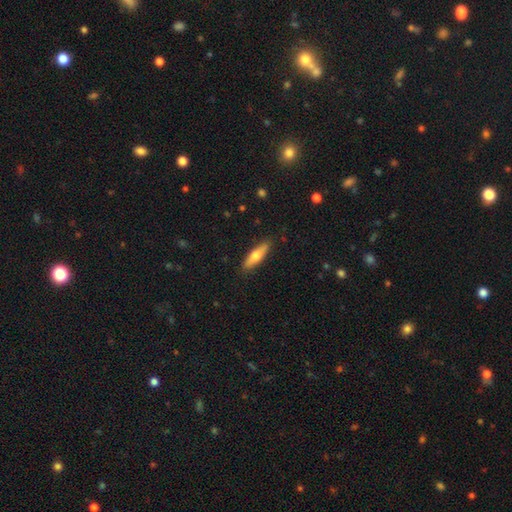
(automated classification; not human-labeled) A smooth galaxy with no disk features (59%) that is cigar-shaped (66%). Merging: none (87%).